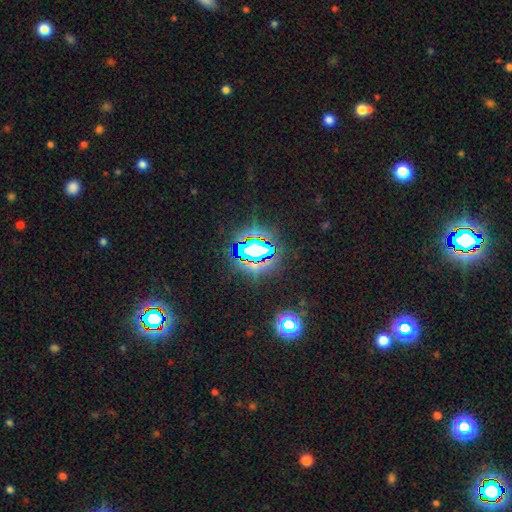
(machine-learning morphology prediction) Q: Smooth or featured?
A: star or artifact (83%); runner-up: smooth (10%)